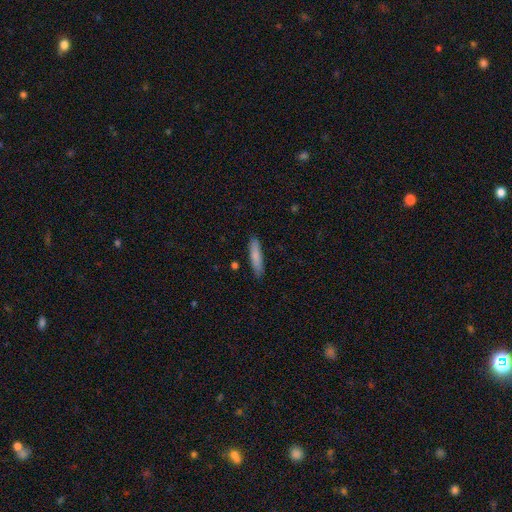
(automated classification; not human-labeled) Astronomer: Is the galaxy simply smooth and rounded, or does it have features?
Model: smooth — 81%.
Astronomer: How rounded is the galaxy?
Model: cigar-shaped — 82%.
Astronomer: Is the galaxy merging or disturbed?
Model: none — 87%.